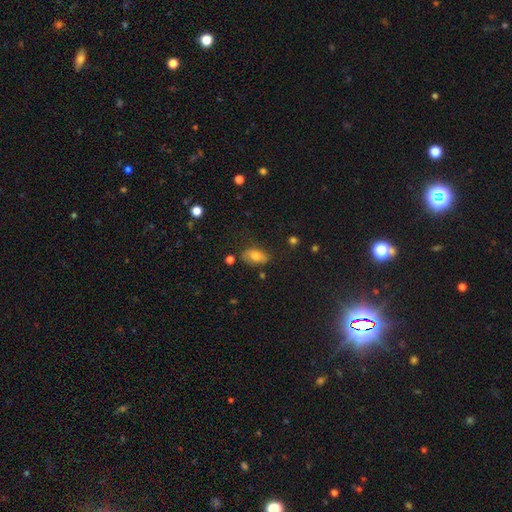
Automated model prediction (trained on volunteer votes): smooth 71%, featured or disk 19%, star or artifact 10%. Down the decision tree: how rounded — in between (89%); merging — none (69%).